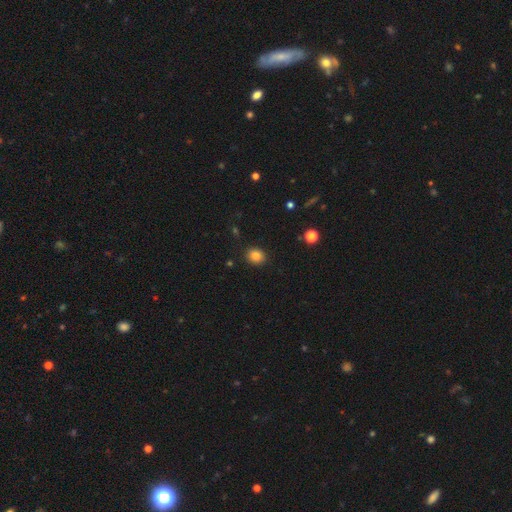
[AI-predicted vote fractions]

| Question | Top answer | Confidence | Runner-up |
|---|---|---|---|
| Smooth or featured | smooth | 83% | star or artifact (11%) |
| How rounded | round | 70% | in between (30%) |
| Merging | none | 90% | minor disturbance (7%) |